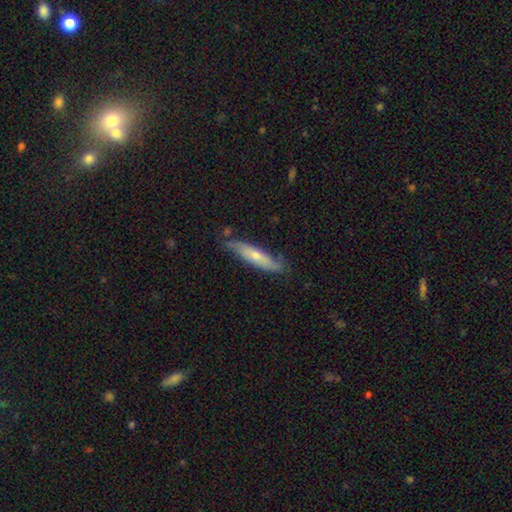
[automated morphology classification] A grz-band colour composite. It shows a smooth galaxy with no disk features (49%). Merging: none (71%).